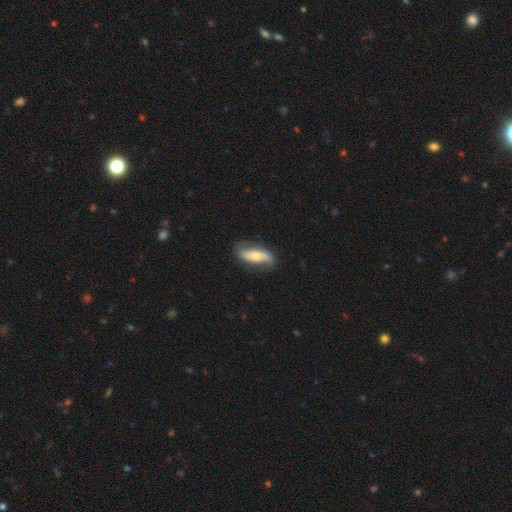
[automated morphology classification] This is possibly a featured or disk galaxy (56%). It is clearly not viewed edge-on (80%). Merging: likely none (71%).